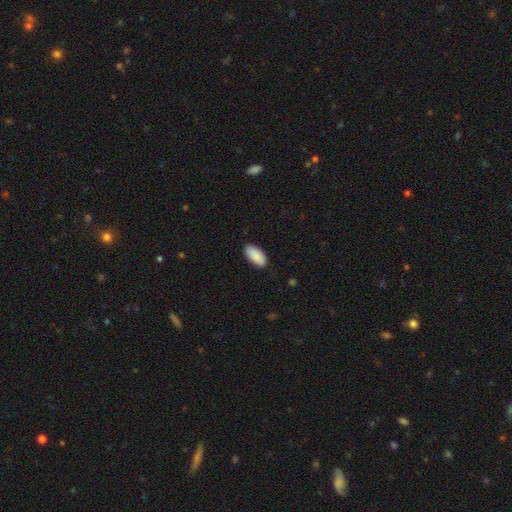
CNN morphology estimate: The model was most divided on "merging": none: 89%, minor disturbance: 8%, major disturbance: 2%, merger: 1%. More confident: how rounded — in between (92%); smooth or featured — smooth (90%).